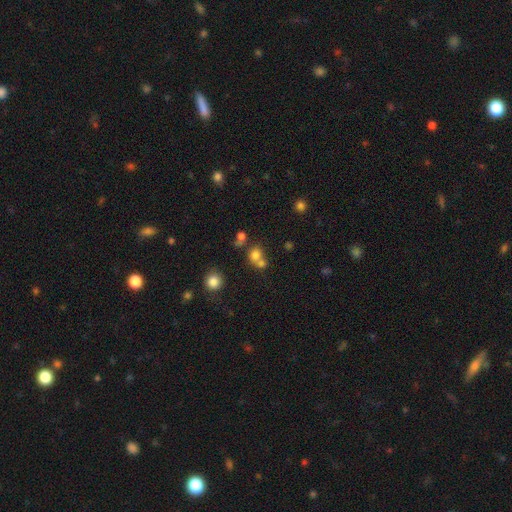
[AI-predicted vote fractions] smooth-or-featured: smooth: 73% | star or artifact: 16% | featured or disk: 11%
  how-rounded: round: 76% | in between: 23% | cigar-shaped: 1%
  merging: merger: 49% | none: 39% | minor disturbance: 7% | major disturbance: 4%